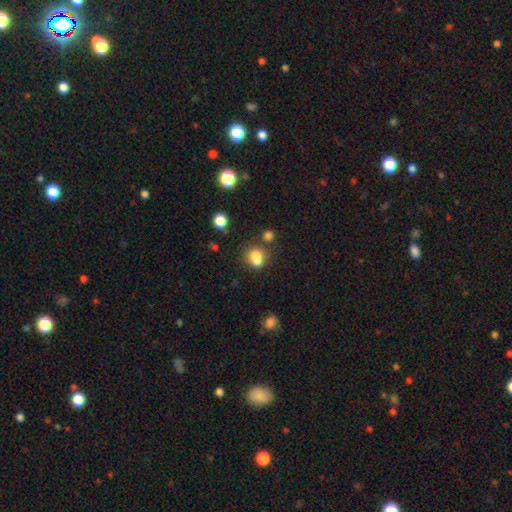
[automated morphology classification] This is likely a smooth galaxy (70%). How rounded: likely round (63%). Merging: possibly merger (54%).